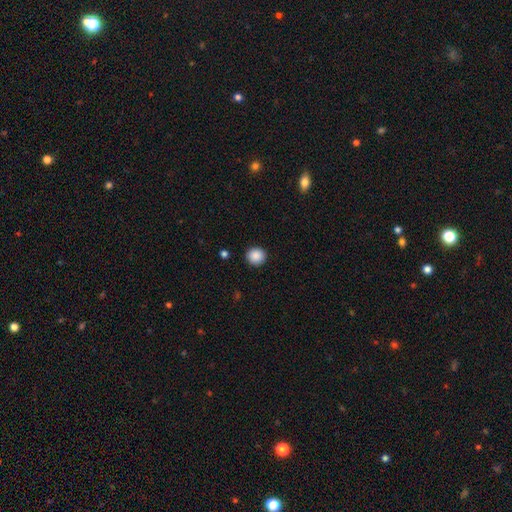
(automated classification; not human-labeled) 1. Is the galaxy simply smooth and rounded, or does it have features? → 89% smooth, 8% star or artifact, 3% featured or disk.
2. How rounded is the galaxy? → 89% round, 10% in between, 1% cigar-shaped.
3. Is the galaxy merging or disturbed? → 91% none, 5% minor disturbance, 2% major disturbance, 1% merger.